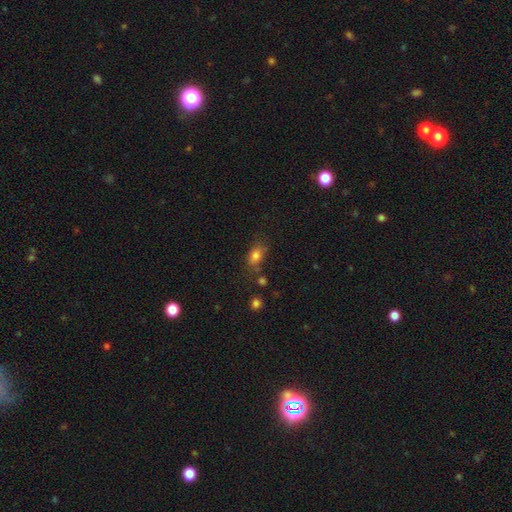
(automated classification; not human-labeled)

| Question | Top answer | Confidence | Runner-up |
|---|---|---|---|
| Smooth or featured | smooth | 79% | star or artifact (11%) |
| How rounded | in between | 75% | round (21%) |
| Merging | none | 62% | minor disturbance (21%) |